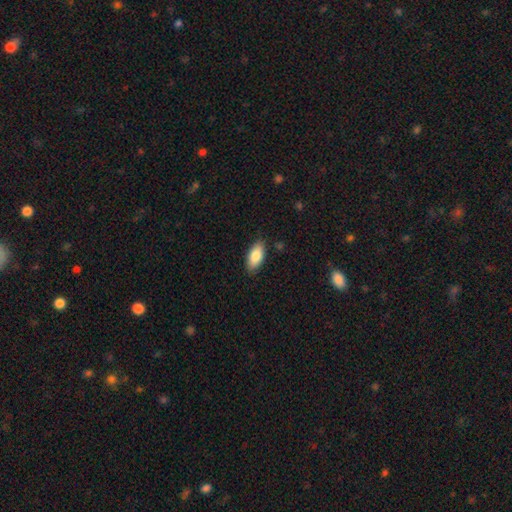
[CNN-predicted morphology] The model was most divided on "merging": none: 85%, minor disturbance: 12%, major disturbance: 2%, merger: 1%. More confident: how rounded — in between (91%); smooth or featured — smooth (85%).